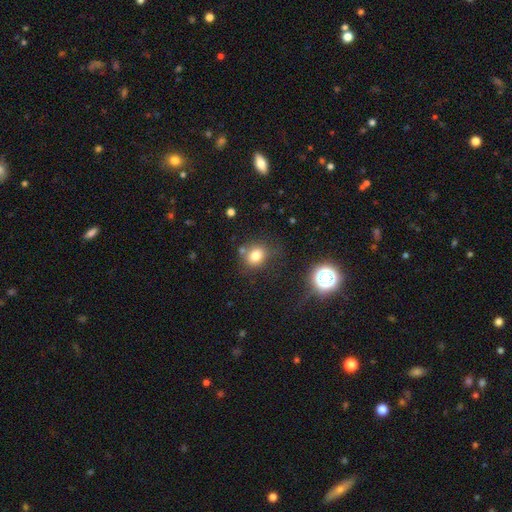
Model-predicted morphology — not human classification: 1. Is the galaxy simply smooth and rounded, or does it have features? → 77% smooth, 14% star or artifact, 9% featured or disk.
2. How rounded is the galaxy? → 62% round, 37% in between, 1% cigar-shaped.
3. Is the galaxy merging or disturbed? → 66% none, 17% minor disturbance, 11% merger, 6% major disturbance.